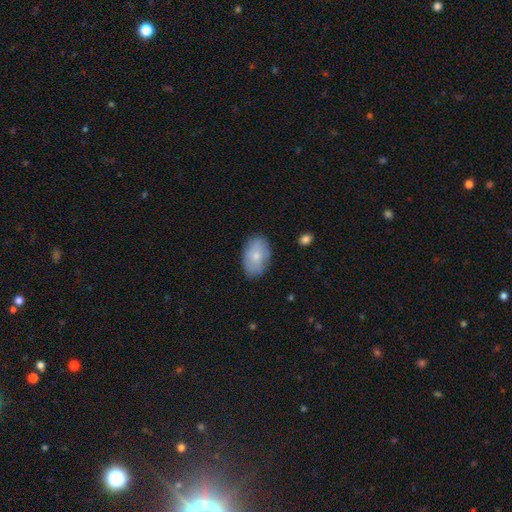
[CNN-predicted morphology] Overall: smooth (68%). How rounded: in between (89%). Merging: none (80%).